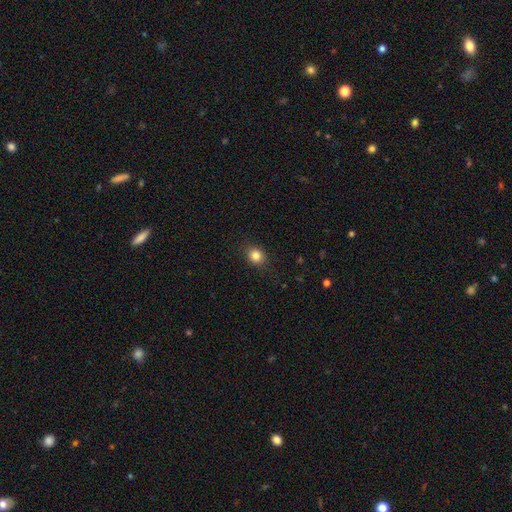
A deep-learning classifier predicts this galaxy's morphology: Q: Smooth or featured?
A: smooth (83%); runner-up: star or artifact (11%)
Q: How rounded?
A: round (64%); runner-up: in between (35%)
Q: Merging?
A: none (88%); runner-up: minor disturbance (9%)